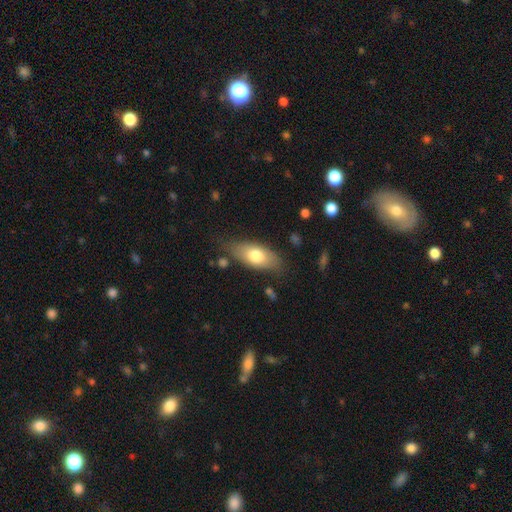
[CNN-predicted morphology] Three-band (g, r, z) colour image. It shows a smooth galaxy with no disk features (72%) that is in between round and cigar-shaped (86%). Merging: none (72%).